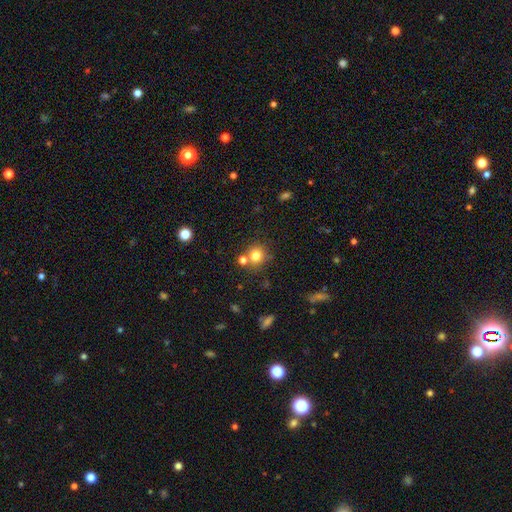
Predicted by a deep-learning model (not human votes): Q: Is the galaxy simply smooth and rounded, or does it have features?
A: smooth — 79%.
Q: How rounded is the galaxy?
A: round — 87%.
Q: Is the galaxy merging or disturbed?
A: none — 68%.